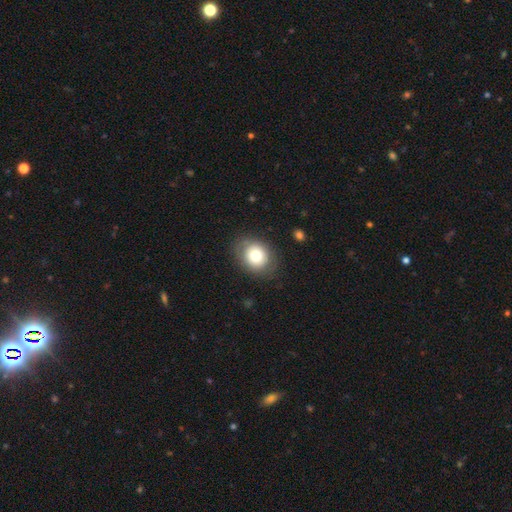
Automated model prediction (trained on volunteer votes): Q: Smooth or featured?
A: smooth (72%); runner-up: featured or disk (18%)
Q: How rounded?
A: round (61%); runner-up: in between (39%)
Q: Merging?
A: none (80%); runner-up: minor disturbance (13%)